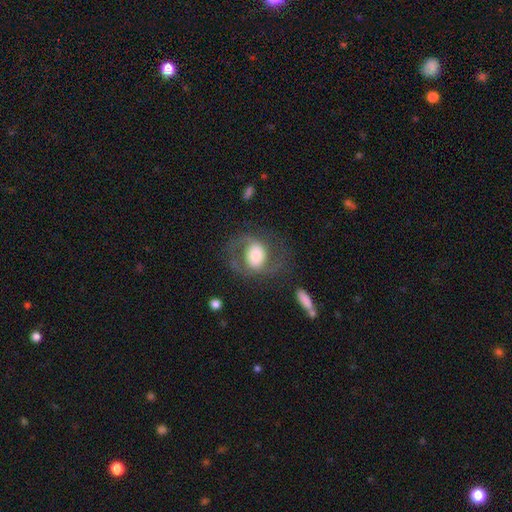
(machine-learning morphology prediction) smooth_or_featured: featured or disk (p=0.66) [alt: smooth p=0.27]
disk_edge_on: no (p=0.97) [alt: yes p=0.03]
bar: no (p=0.58) [alt: weak p=0.28]
has_spiral_arms: yes (p=0.82) [alt: no p=0.18]
spiral_winding: medium (p=0.53) [alt: loose p=0.29]
spiral_arm_count: 2 (p=0.88) [alt: can't tell p=0.05]
bulge_size: large (p=0.43) [alt: moderate p=0.31]
merging: none (p=0.63) [alt: major disturbance p=0.18]